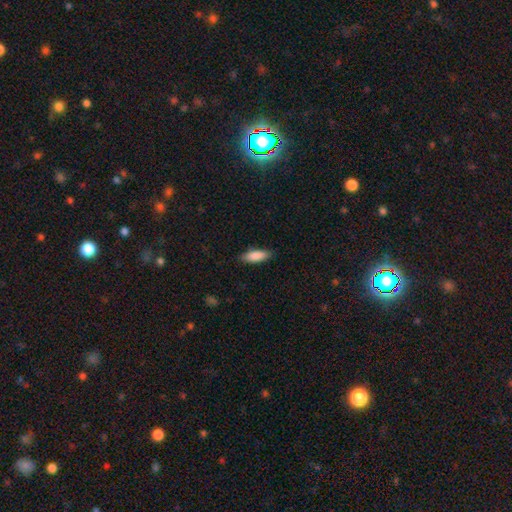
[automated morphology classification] smooth 86%, featured or disk 8%, star or artifact 6%. Down the decision tree: how rounded — in between (62%); merging — none (86%).